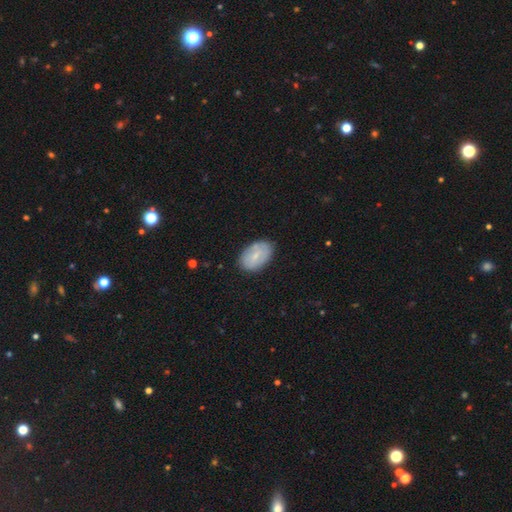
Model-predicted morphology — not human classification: Q: Smooth or featured?
A: smooth (53%); runner-up: featured or disk (39%)
Q: How rounded?
A: in between (90%); runner-up: round (9%)
Q: Merging?
A: none (82%); runner-up: minor disturbance (14%)